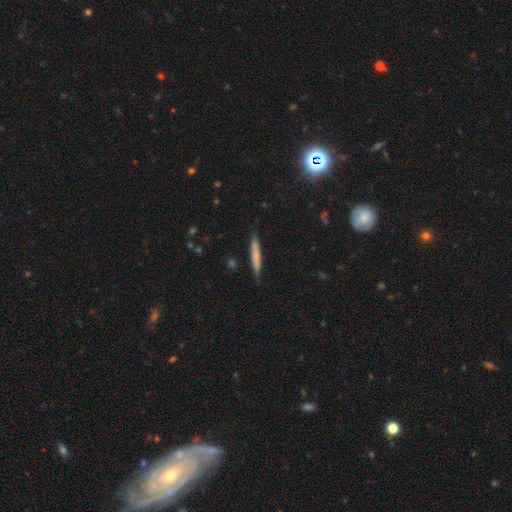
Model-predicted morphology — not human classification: A smooth galaxy with no disk features (64%) that is cigar-shaped (95%). Merging: none (83%).